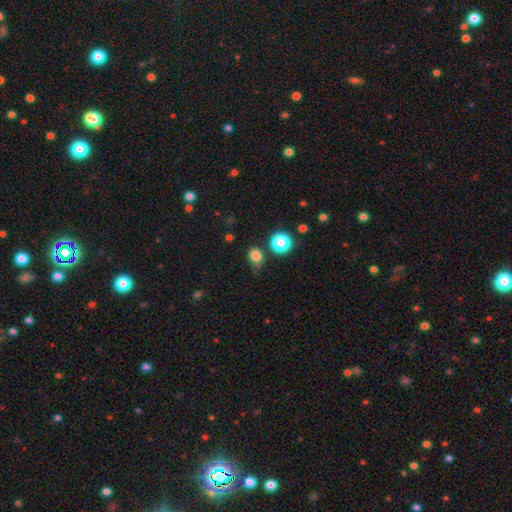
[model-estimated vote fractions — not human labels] Overall: smooth (80%). How rounded: round (75%). Merging: none (67%).